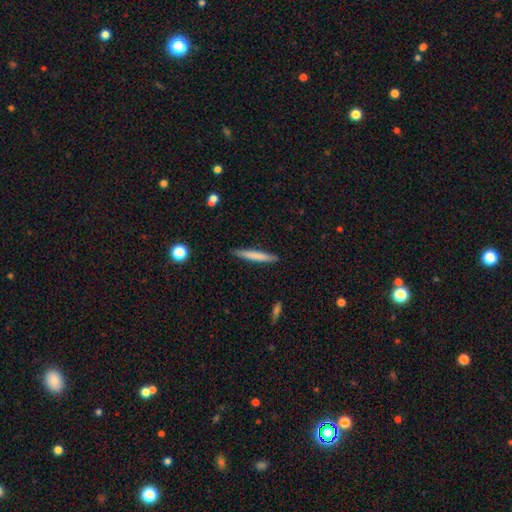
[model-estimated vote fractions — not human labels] Q: Smooth or featured?
A: smooth (72%); runner-up: featured or disk (22%)
Q: How rounded?
A: cigar-shaped (95%); runner-up: in between (4%)
Q: Merging?
A: none (88%); runner-up: minor disturbance (9%)